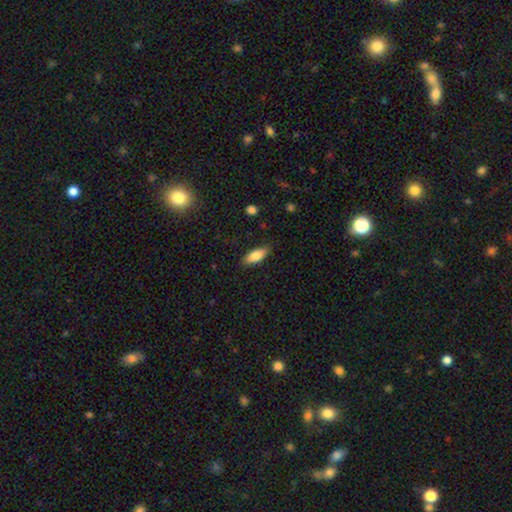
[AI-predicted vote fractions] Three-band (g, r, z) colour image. It shows a smooth galaxy with no disk features (81%) that is in between round and cigar-shaped (74%). Merging: none (85%).